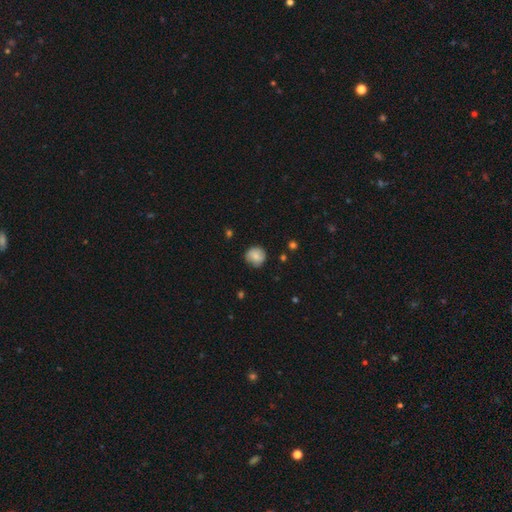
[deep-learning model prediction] smooth_or_featured: smooth (p=0.76) [alt: featured or disk p=0.17]
how_rounded: round (p=0.89) [alt: in between p=0.10]
merging: none (p=0.76) [alt: minor disturbance p=0.19]